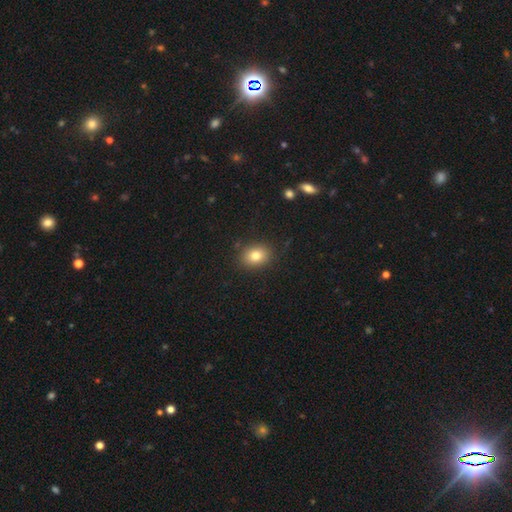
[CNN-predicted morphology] A smooth galaxy with no disk features (81%) that is in between round and cigar-shaped (58%). Merging: none (87%).